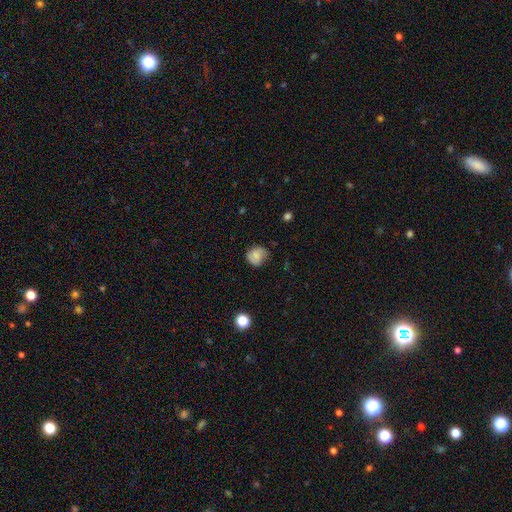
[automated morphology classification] Overall: smooth (72%). How rounded: round (80%). Merging: none (68%).